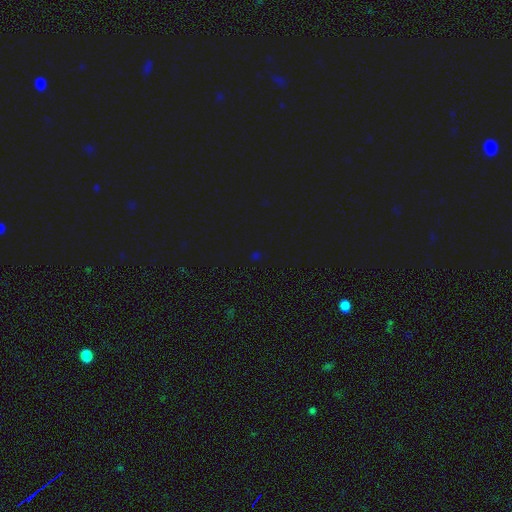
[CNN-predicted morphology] Overall: star or artifact (71%).